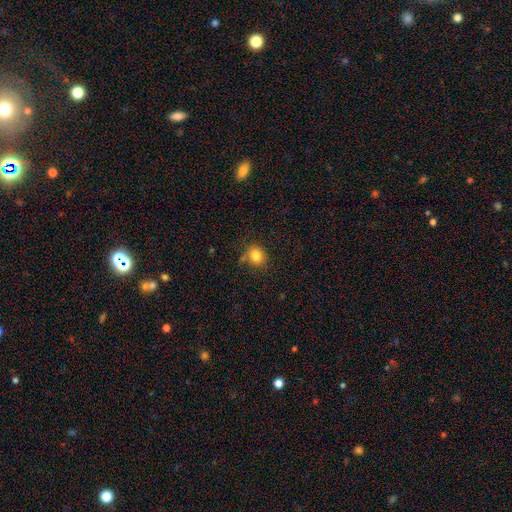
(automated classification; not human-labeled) This is clearly a smooth galaxy (82%). How rounded: likely round (73%). Merging: likely none (77%).